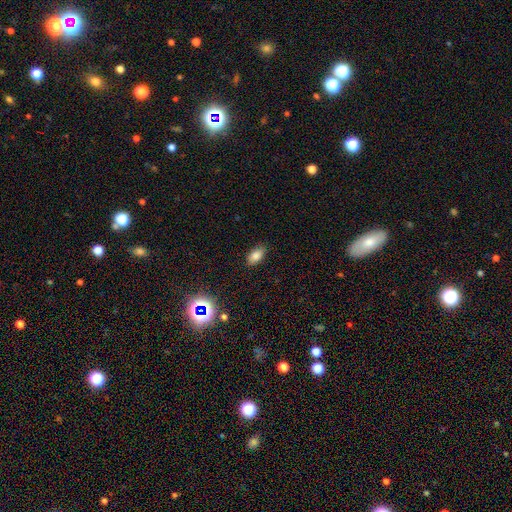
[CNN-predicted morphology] smooth-or-featured: smooth: 81% | star or artifact: 12% | featured or disk: 7%
  how-rounded: in between: 91% | round: 6% | cigar-shaped: 4%
  merging: none: 86% | minor disturbance: 10% | major disturbance: 2% | merger: 1%